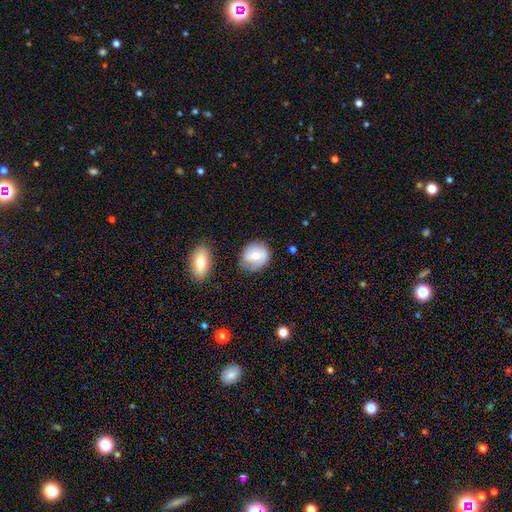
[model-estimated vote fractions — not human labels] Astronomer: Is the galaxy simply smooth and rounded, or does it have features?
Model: smooth — 60%.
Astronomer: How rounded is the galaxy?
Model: round — 77%.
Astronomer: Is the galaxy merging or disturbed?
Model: none — 71%.